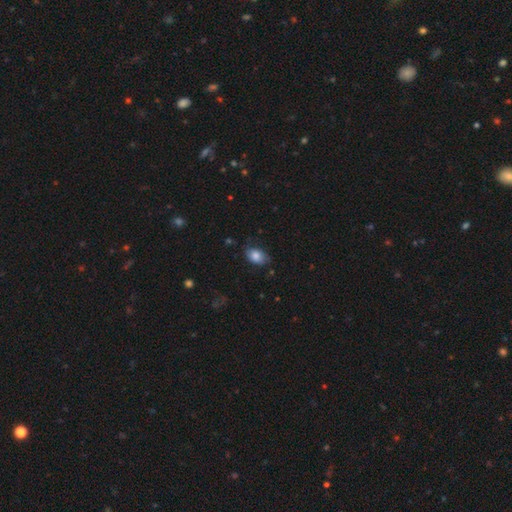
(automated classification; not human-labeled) Q: Smooth or featured?
A: smooth (79%); runner-up: featured or disk (14%)
Q: How rounded?
A: in between (87%); runner-up: round (11%)
Q: Merging?
A: none (70%); runner-up: minor disturbance (24%)